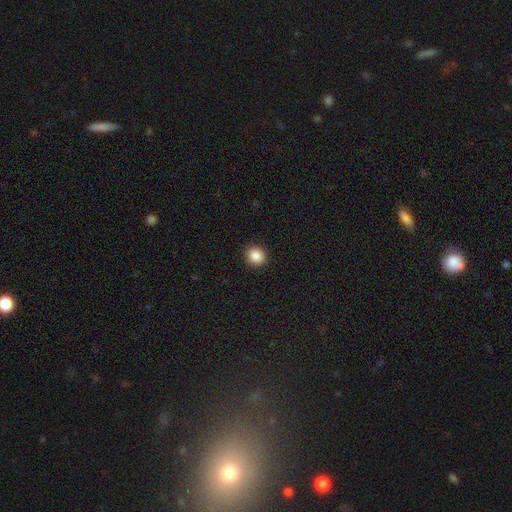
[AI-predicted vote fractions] Overall: smooth (87%). How rounded: round (84%). Merging: none (92%).